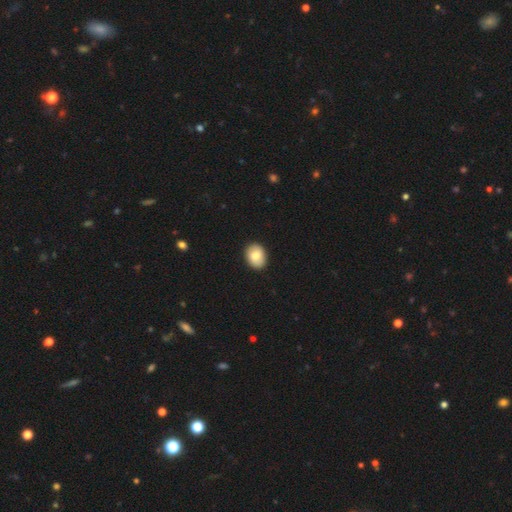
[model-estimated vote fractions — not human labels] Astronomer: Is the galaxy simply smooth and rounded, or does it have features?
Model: smooth — 80%.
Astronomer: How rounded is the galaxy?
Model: in between — 64%.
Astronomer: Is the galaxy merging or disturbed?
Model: none — 91%.